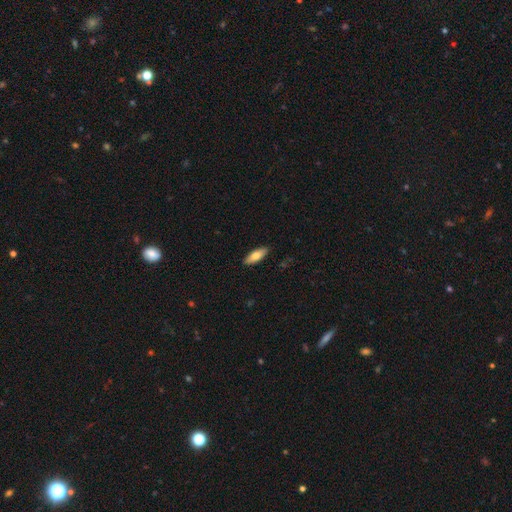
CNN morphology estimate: Overall: smooth (73%). How rounded: in between (65%; cigar-shaped 33%). Merging: none (89%).